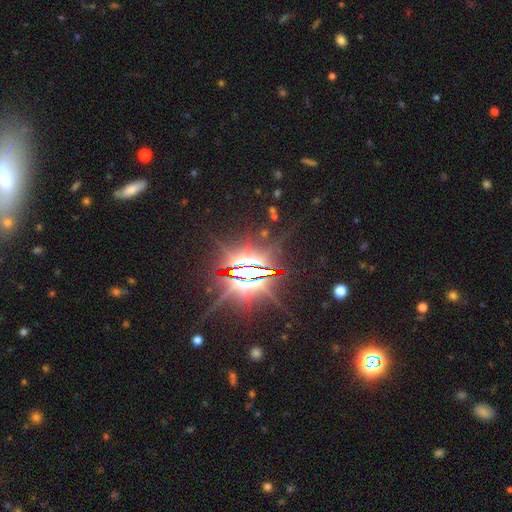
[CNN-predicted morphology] Smooth or featured: star or artifact — 82% (featured or disk — 12%)